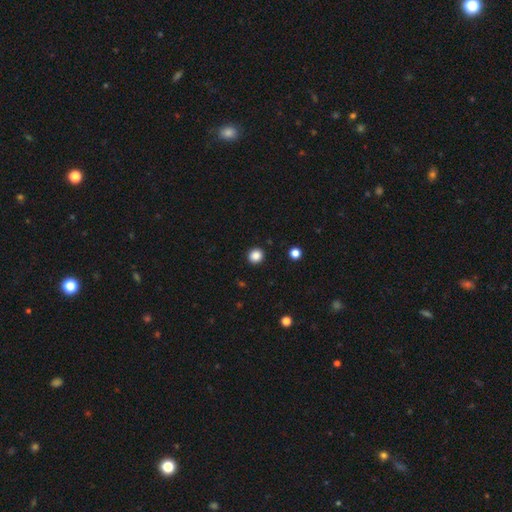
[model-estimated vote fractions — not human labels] The model was most divided on "smooth or featured": smooth: 86%, star or artifact: 11%, featured or disk: 3%. More confident: merging — none (92%); how rounded — round (90%).